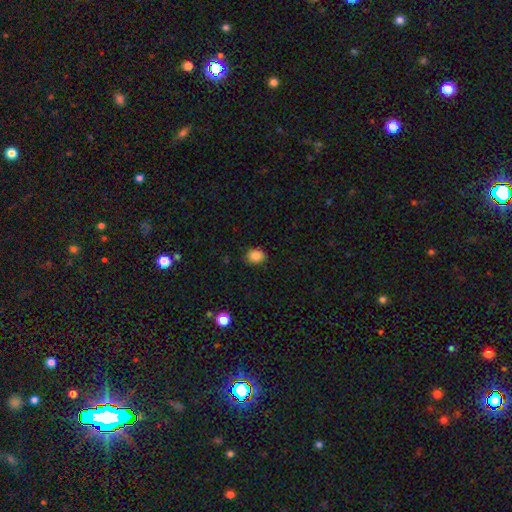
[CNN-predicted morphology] Smooth or featured?
  - smooth: 86% *
  - star or artifact: 10%
  - featured or disk: 5%
How rounded?
  - in between: 52% *
  - round: 47%
  - cigar-shaped: 1%
Merging?
  - none: 87% *
  - minor disturbance: 10%
  - major disturbance: 2%
  - merger: 1%